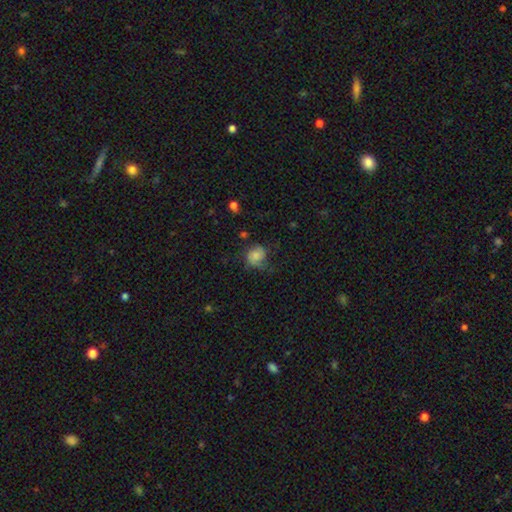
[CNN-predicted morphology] A smooth galaxy with no disk features (61%) that is round (66%). Merging: none (45%).